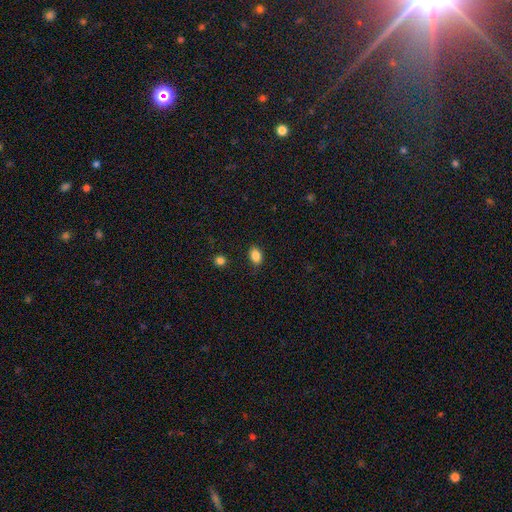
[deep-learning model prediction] smooth_or_featured: smooth (p=0.86) [alt: star or artifact p=0.10]
how_rounded: in between (p=0.79) [alt: round p=0.20]
merging: none (p=0.82) [alt: minor disturbance p=0.14]